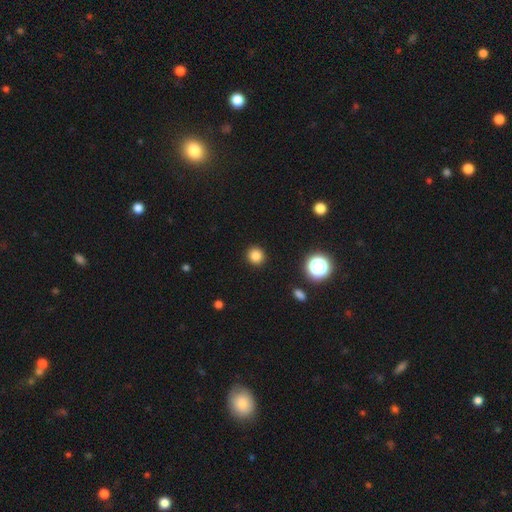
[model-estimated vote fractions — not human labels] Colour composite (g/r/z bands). It shows a smooth galaxy with no disk features (83%) that is round (93%). Merging: none (92%).